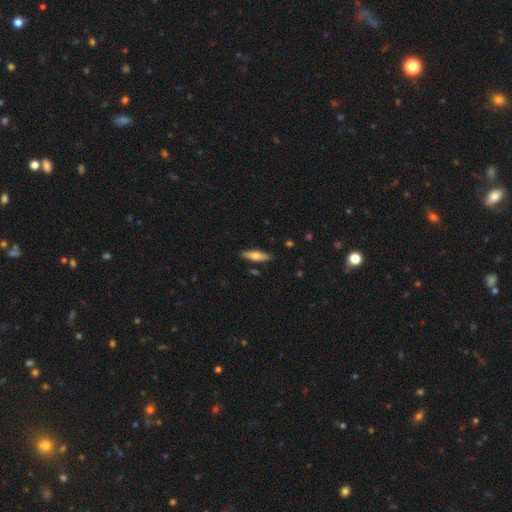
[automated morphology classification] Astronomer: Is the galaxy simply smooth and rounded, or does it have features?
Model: smooth — 64%.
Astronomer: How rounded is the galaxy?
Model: cigar-shaped — 63%.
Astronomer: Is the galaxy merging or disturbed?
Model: none — 87%.